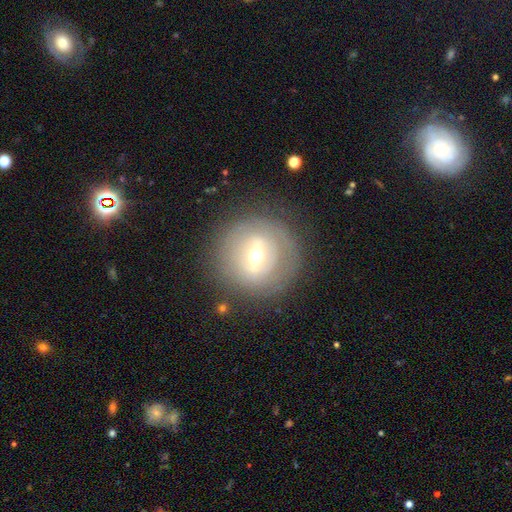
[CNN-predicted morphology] Overall: featured or disk (61%; smooth 30%). Edge-on disk: no (92%). Bar: weak (45%; strong 33%). Spiral arms: no (65%; yes 35%). Bulge size: moderate (54%; small 40%). Merging: none (81%).